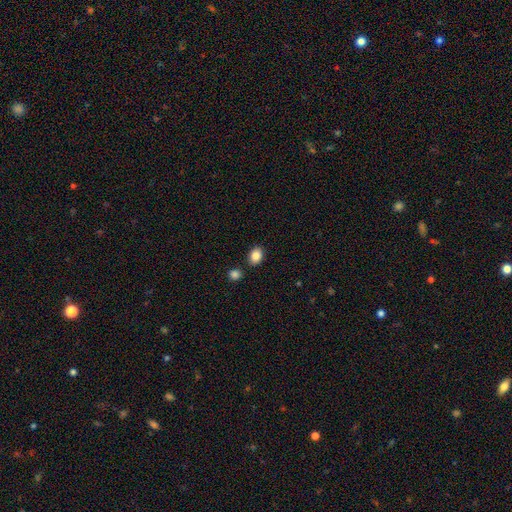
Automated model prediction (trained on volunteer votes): smooth_or_featured: smooth (p=0.86) [alt: star or artifact p=0.08]
how_rounded: in between (p=0.72) [alt: round p=0.27]
merging: none (p=0.83) [alt: minor disturbance p=0.09]